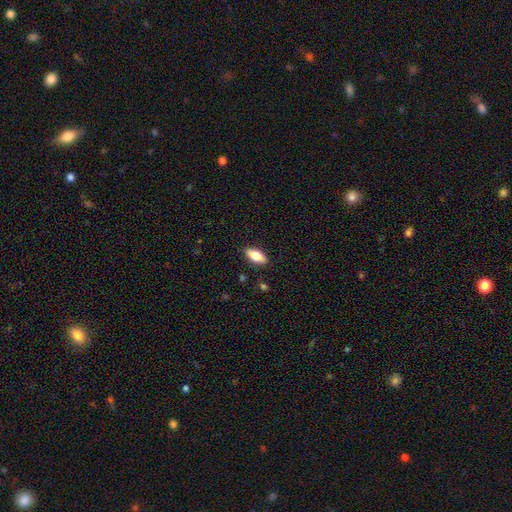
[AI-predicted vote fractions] The model was most divided on "smooth or featured": smooth: 77%, featured or disk: 16%, star or artifact: 7%. More confident: merging — none (87%); how rounded — in between (84%).